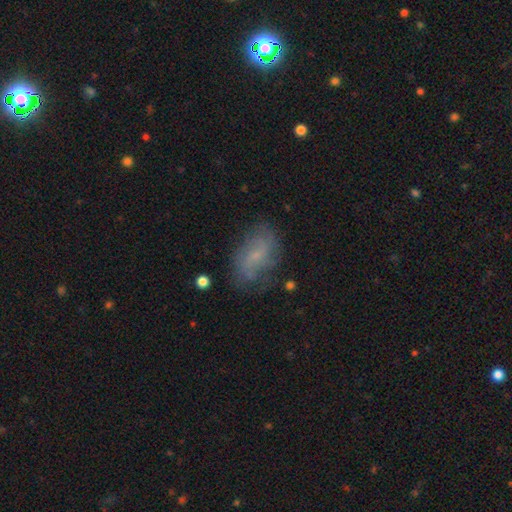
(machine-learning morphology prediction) smooth_or_featured: smooth (p=0.45) [alt: featured or disk p=0.44]
merging: none (p=0.68) [alt: minor disturbance p=0.21]